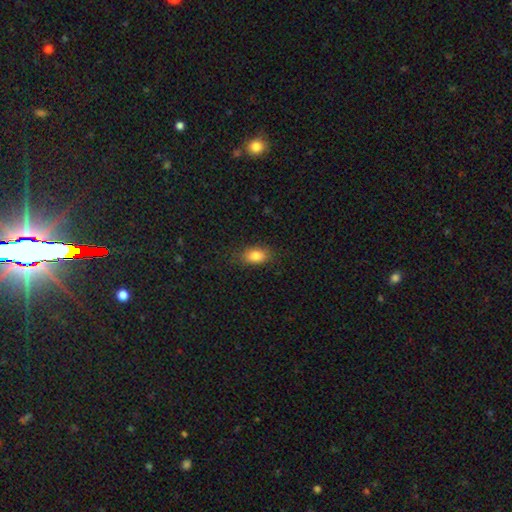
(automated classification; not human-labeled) Smooth or featured? Predicted: smooth (p=0.84). How rounded? Predicted: in between (p=0.85). Merging? Predicted: none (p=0.82).